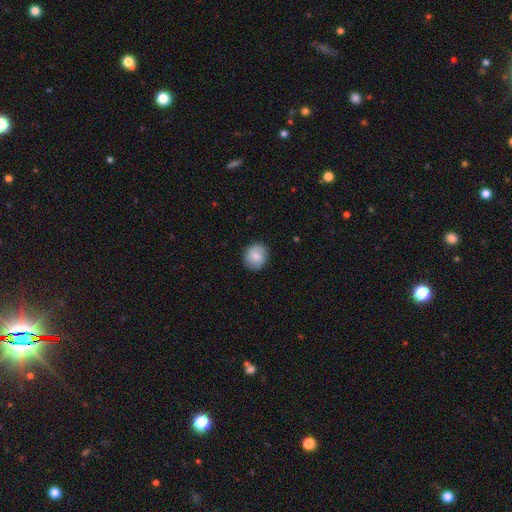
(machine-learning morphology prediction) A smooth galaxy with no disk features (79%) that is round (76%).

Vote fractions:
- Smooth or featured? smooth: 79% / featured or disk: 14% / star or artifact: 7%
- How rounded? round: 76% / in between: 23% / cigar-shaped: 1%
- Merging? none: 85% / minor disturbance: 11% / major disturbance: 3% / merger: 1%